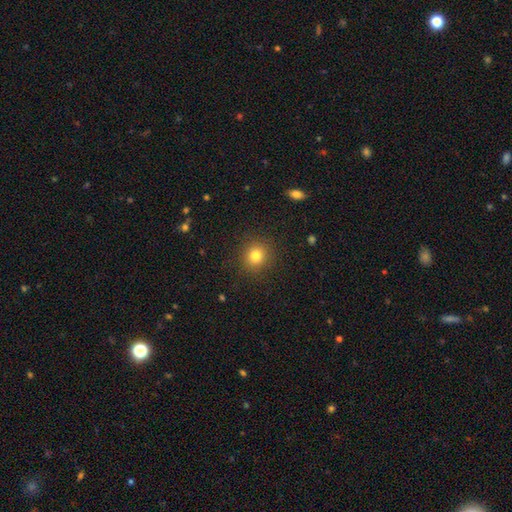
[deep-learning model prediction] Smooth or featured? smooth (80%)
How rounded? round (90%)
Merging? none (89%)